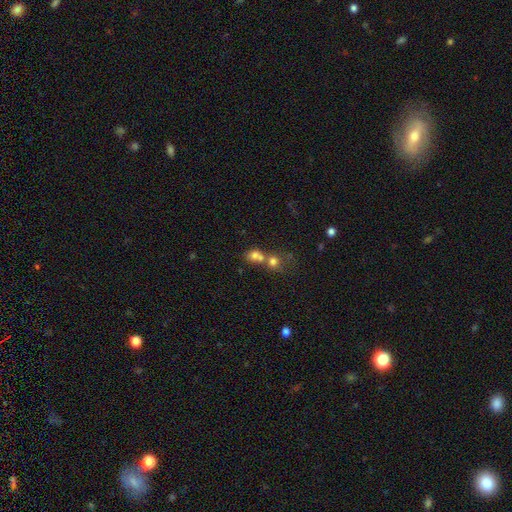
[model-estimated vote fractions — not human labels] smooth 70%, featured or disk 16%, star or artifact 15%. Down the decision tree: how rounded — round (71%); merging — merger (59%).